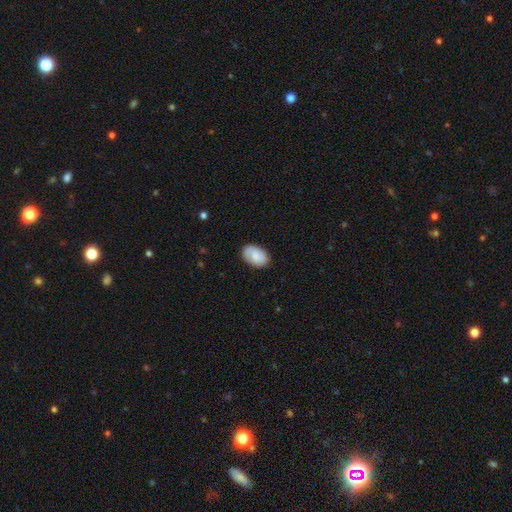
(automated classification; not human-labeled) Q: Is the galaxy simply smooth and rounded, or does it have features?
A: smooth — 72%.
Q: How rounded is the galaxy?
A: in between — 89%.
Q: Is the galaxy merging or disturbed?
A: none — 83%.